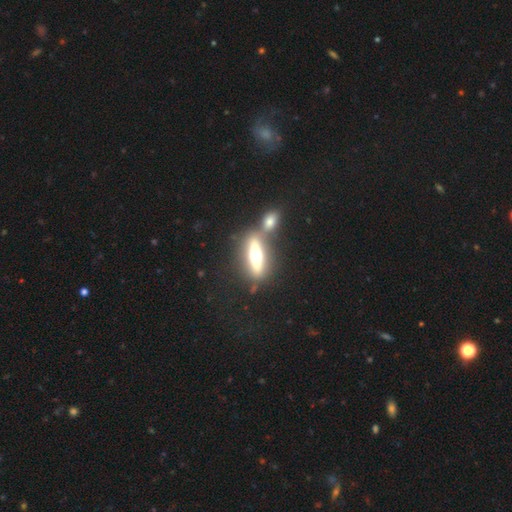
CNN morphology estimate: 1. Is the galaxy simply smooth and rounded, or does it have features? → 55% featured or disk, 37% smooth, 8% star or artifact.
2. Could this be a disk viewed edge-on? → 79% yes, 21% no.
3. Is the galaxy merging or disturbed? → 54% none, 32% merger, 9% minor disturbance, 5% major disturbance.